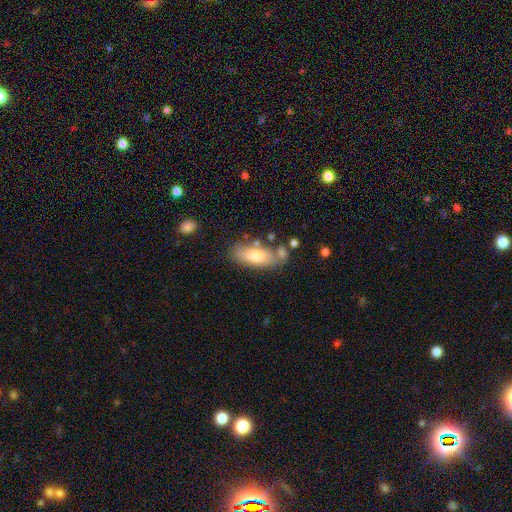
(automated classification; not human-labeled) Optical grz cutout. It shows a smooth galaxy with no disk features (74%) that is in between round and cigar-shaped (78%). Merging: none (67%).